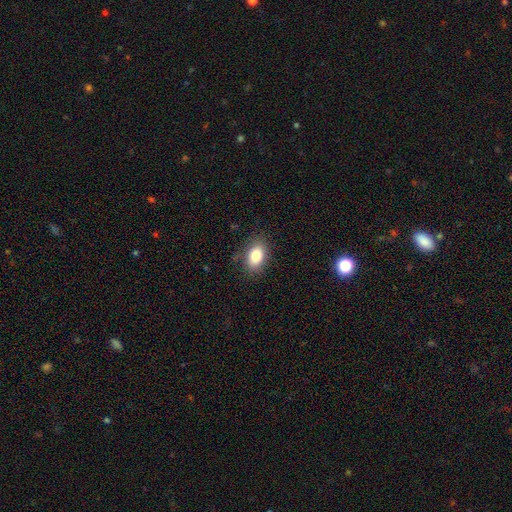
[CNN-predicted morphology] smooth 82%, featured or disk 10%, star or artifact 8%. Down the decision tree: how rounded — in between (87%); merging — none (82%).